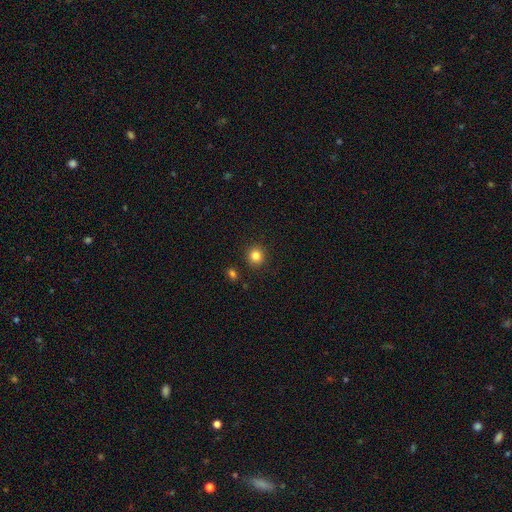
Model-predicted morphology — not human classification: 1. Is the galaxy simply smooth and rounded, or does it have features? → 83% smooth, 12% star or artifact, 5% featured or disk.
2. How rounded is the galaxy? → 91% round, 8% in between, 1% cigar-shaped.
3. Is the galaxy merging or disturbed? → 90% none, 6% minor disturbance, 2% merger, 2% major disturbance.